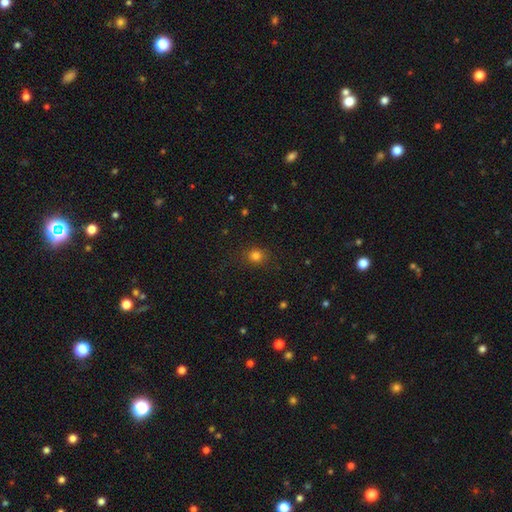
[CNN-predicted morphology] This is clearly a smooth galaxy (80%). How rounded: likely round (76%). Merging: clearly none (84%).